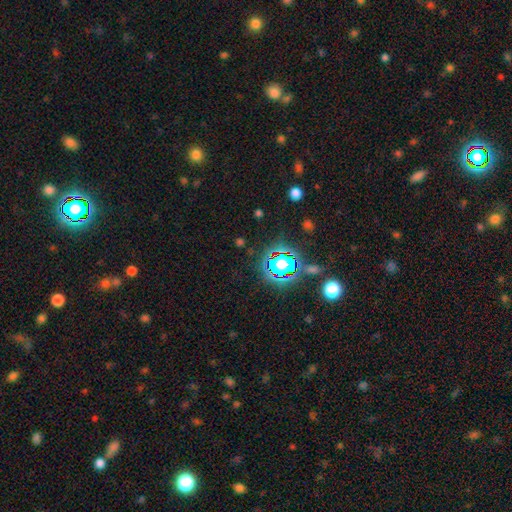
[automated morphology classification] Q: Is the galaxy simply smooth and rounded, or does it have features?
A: star or artifact — 78%.